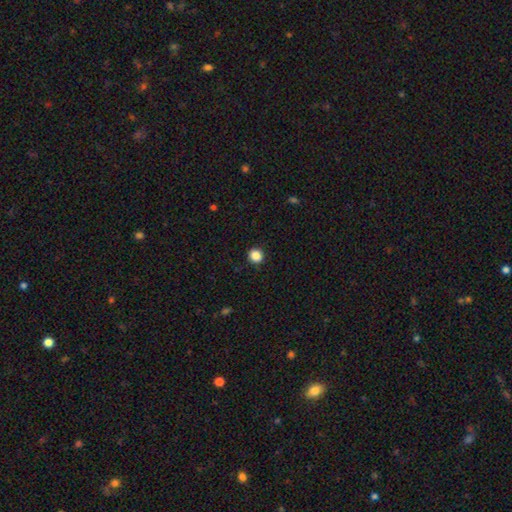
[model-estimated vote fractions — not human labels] Smooth or featured? smooth (87%)
How rounded? round (90%)
Merging? none (92%)